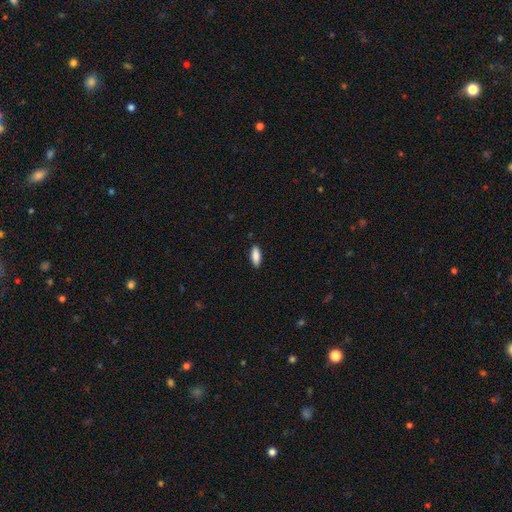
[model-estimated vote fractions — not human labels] smooth 88%, star or artifact 6%, featured or disk 6%. Down the decision tree: how rounded — in between (73%); merging — none (89%).